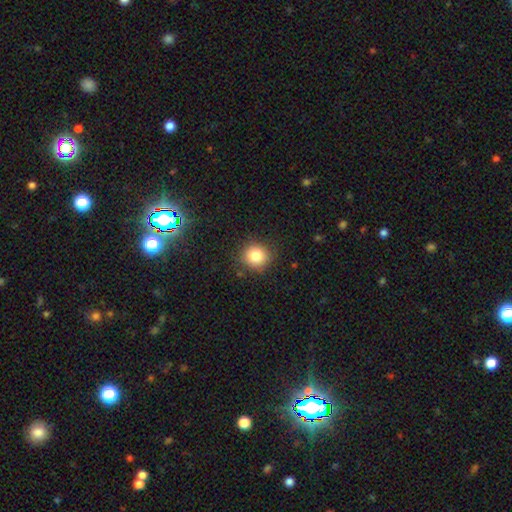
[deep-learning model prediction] smooth 82%, star or artifact 11%, featured or disk 7%. Down the decision tree: how rounded — round (88%); merging — none (86%).